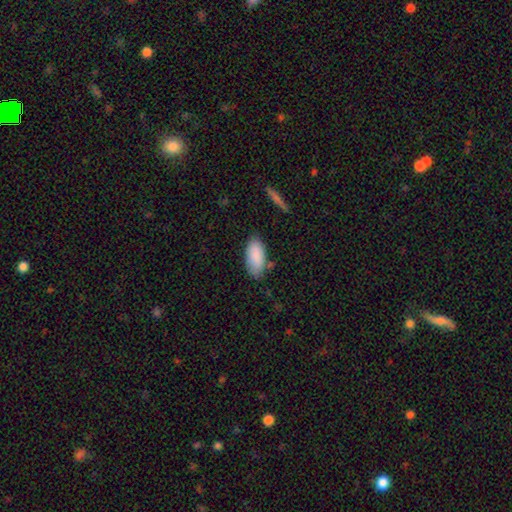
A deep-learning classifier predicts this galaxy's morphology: Smooth or featured? smooth (88%)
How rounded? in between (92%)
Merging? none (75%)